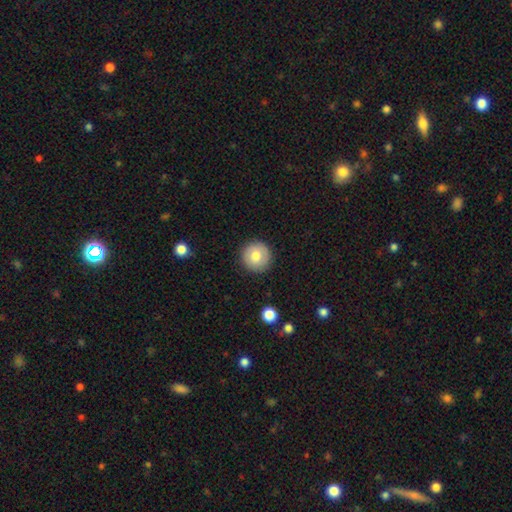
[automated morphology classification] This appears to be a smooth galaxy with no disk features (75%) that is round (95%). Merging: none (91%).